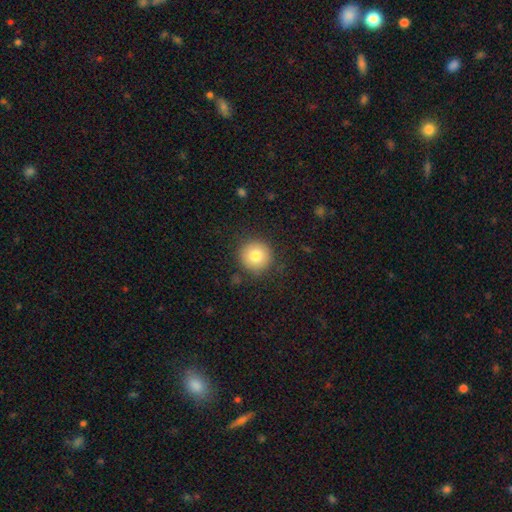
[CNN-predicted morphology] Overall: smooth (79%). How rounded: round (95%). Merging: none (88%).